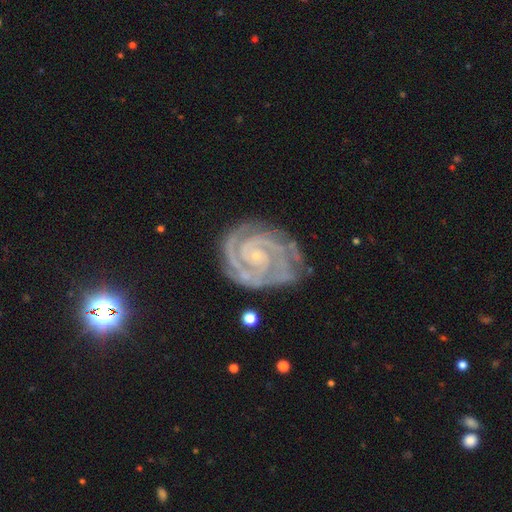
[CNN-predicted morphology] Smooth or featured: featured or disk — 92% (star or artifact — 5%)
Edge-on disk: no — 98% (yes — 2%)
Bar: no — 67% (weak — 22%)
Spiral arms: yes — 99% (no — 1%)
Spiral winding: tight — 81% (medium — 17%)
Spiral arm count: 2 — 58% (3 — 21%)
Bulge size: small — 86% (moderate — 9%)
Merging: none — 73% (minor disturbance — 19%)